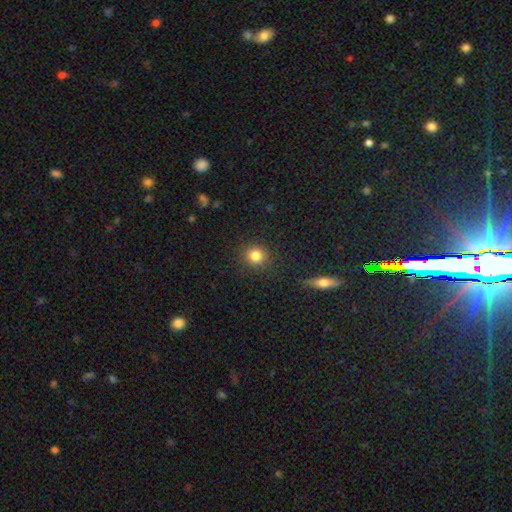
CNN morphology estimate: smooth 83%, star or artifact 12%, featured or disk 5%. Down the decision tree: how rounded — round (89%); merging — none (89%).